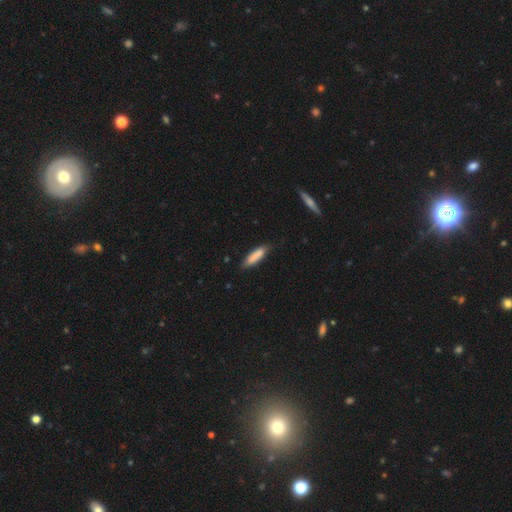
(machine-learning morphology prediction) smooth-or-featured: smooth: 85% | featured or disk: 9% | star or artifact: 6%
  how-rounded: cigar-shaped: 70% | in between: 29% | round: 1%
  merging: none: 79% | minor disturbance: 17% | major disturbance: 2% | merger: 1%